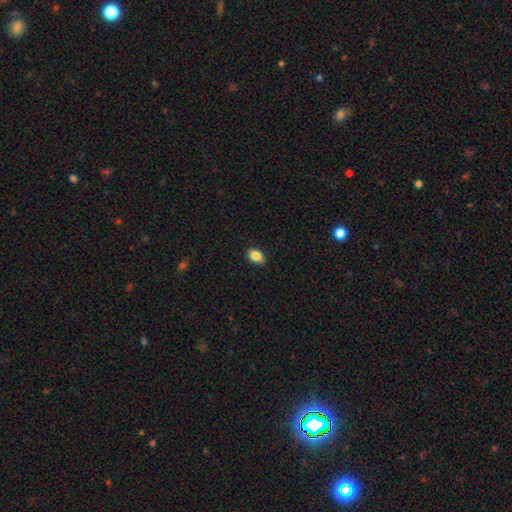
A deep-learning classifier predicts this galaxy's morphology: Smooth or featured: smooth — 86% (star or artifact — 9%)
How rounded: in between — 85% (round — 12%)
Merging: none — 78% (minor disturbance — 18%)